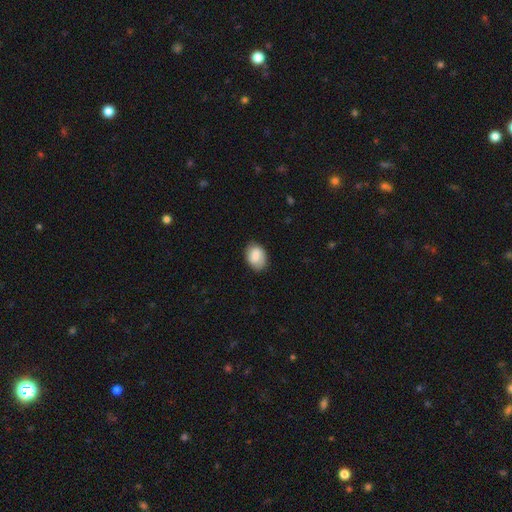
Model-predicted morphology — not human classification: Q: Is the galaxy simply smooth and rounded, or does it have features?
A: smooth — 75%.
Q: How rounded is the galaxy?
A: in between — 76%.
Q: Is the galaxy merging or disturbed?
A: none — 76%.